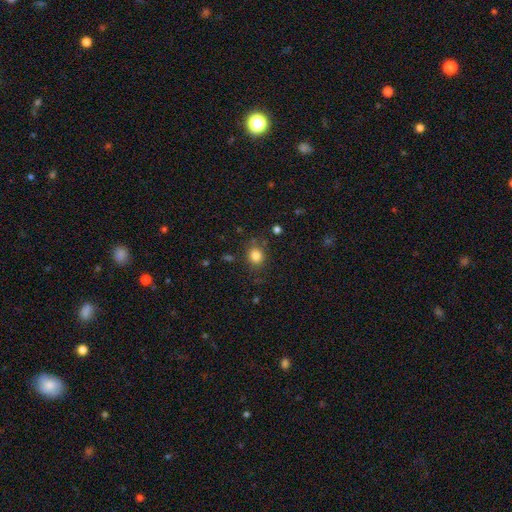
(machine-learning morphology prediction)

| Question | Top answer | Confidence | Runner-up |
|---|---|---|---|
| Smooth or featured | smooth | 83% | star or artifact (12%) |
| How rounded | round | 79% | in between (20%) |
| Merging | none | 80% | minor disturbance (12%) |